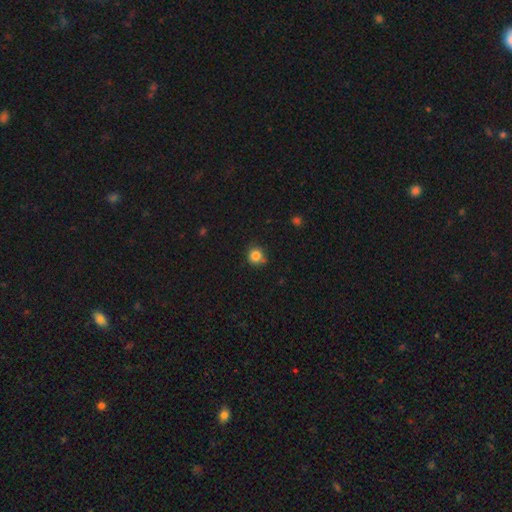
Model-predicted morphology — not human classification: The model was most divided on "merging": none: 75%, minor disturbance: 16%, merger: 6%, major disturbance: 3%. More confident: how rounded — round (91%); smooth or featured — smooth (83%).